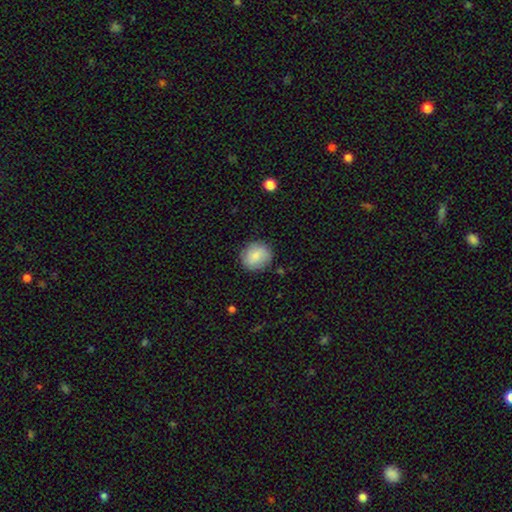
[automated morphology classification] type=smooth (81%); roundness=round (85%); merging=none (84%).